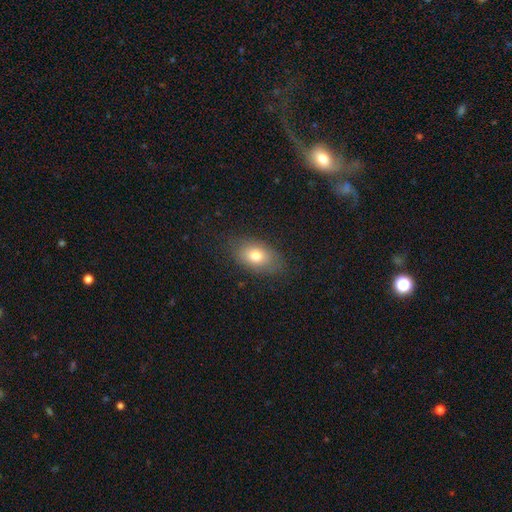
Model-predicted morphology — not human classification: This appears to be a smooth galaxy with no disk features (77%) that is in between round and cigar-shaped (87%). Merging: none (81%).